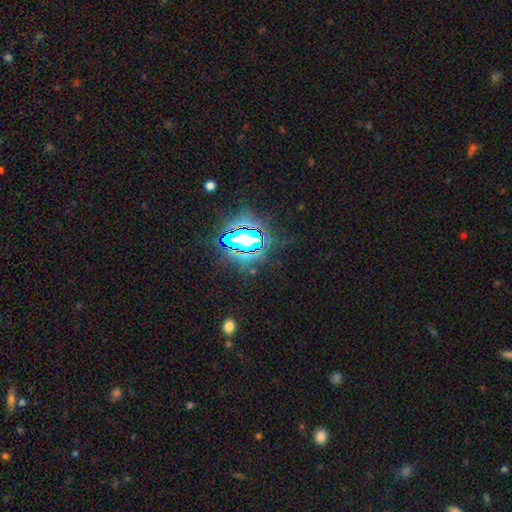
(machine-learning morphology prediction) Smooth or featured? Predicted: star or artifact (p=0.84).